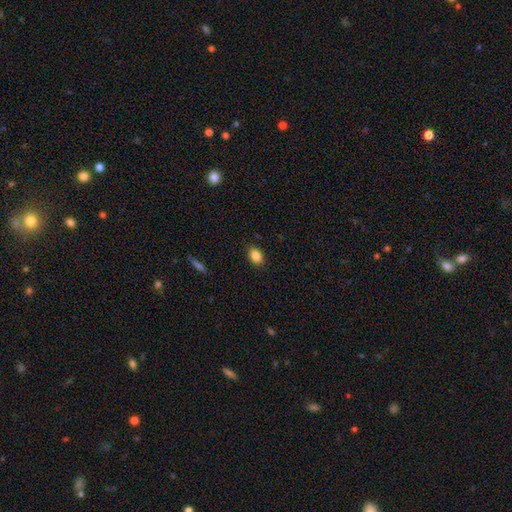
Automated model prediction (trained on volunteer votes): smooth_or_featured: smooth (p=0.86) [alt: star or artifact p=0.09]
how_rounded: in between (p=0.78) [alt: round p=0.21]
merging: none (p=0.88) [alt: minor disturbance p=0.09]